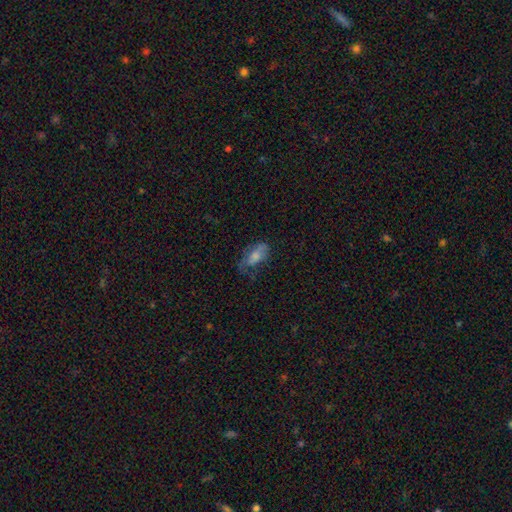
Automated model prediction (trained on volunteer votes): This appears to be a smooth galaxy with no disk features (63%) that is in between round and cigar-shaped (87%). Merging: none (40%).